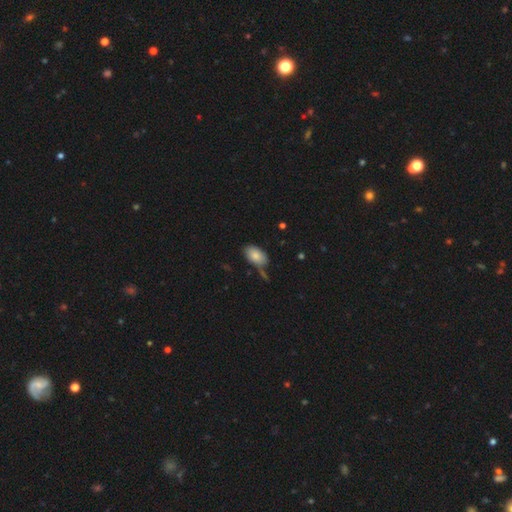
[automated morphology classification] Overall: smooth (82%). How rounded: in between (93%). Merging: none (64%).